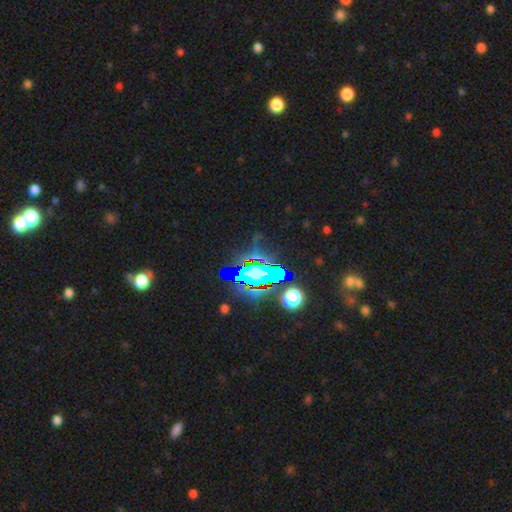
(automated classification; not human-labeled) Overall: star or artifact (80%).